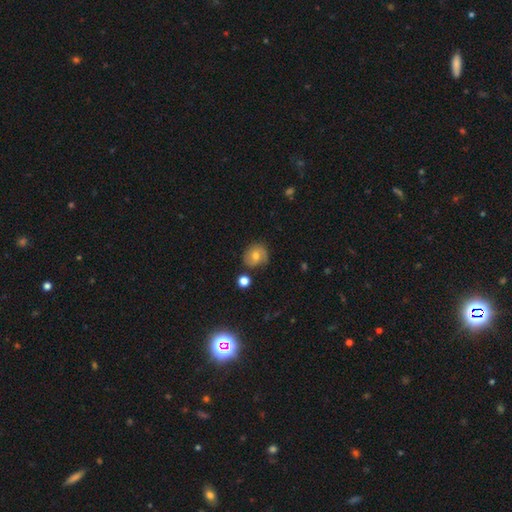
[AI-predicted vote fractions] Smooth or featured? smooth (56%)
How rounded? round (75%)
Merging? none (68%)